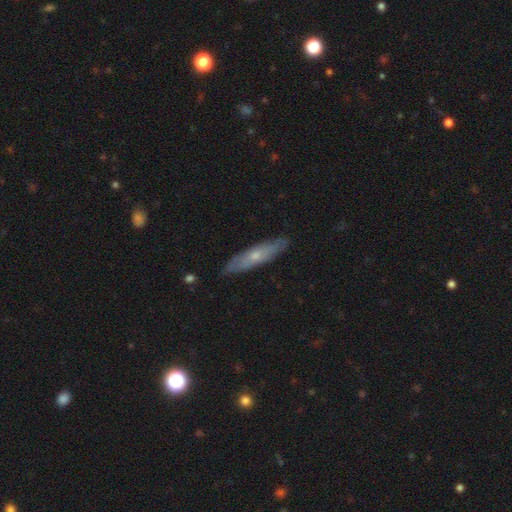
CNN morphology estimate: Smooth or featured? Predicted: featured or disk (p=0.53). Edge-on disk? Predicted: yes (p=0.62). Merging? Predicted: none (p=0.85).